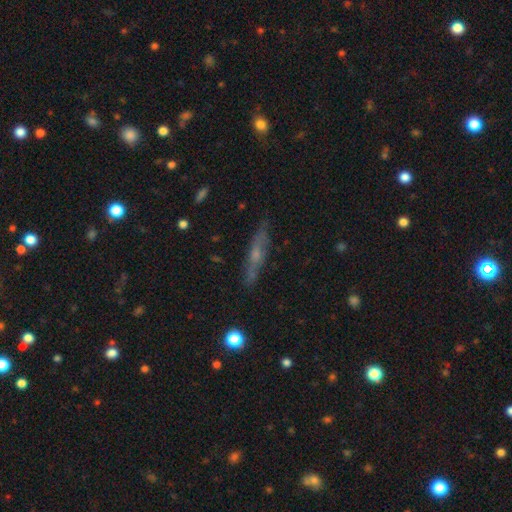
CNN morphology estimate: Smooth or featured?
  - featured or disk: 58% *
  - smooth: 32%
  - star or artifact: 10%
Edge-on disk?
  - yes: 81% *
  - no: 19%
Merging?
  - none: 82% *
  - minor disturbance: 13%
  - major disturbance: 3%
  - merger: 2%